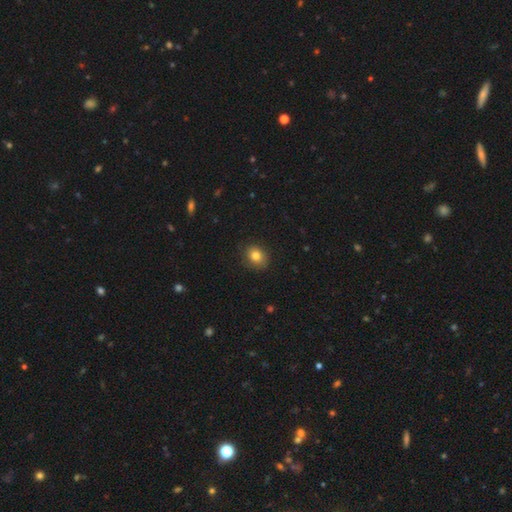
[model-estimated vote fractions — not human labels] smooth 82%, star or artifact 11%, featured or disk 8%. Down the decision tree: how rounded — round (55%); merging — none (86%).